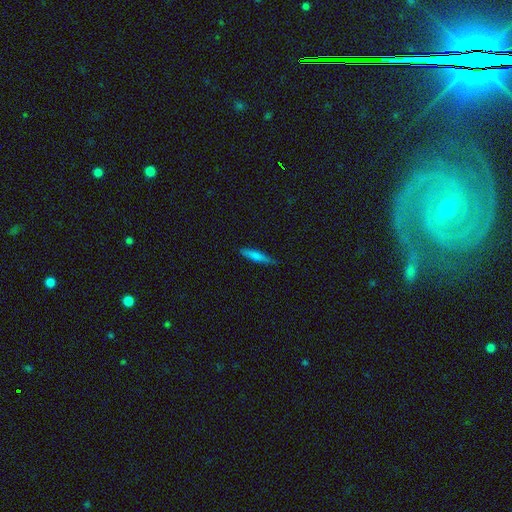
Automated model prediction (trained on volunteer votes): Smooth or featured? Predicted: smooth (p=0.71). How rounded? Predicted: cigar-shaped (p=0.85). Merging? Predicted: none (p=0.82).